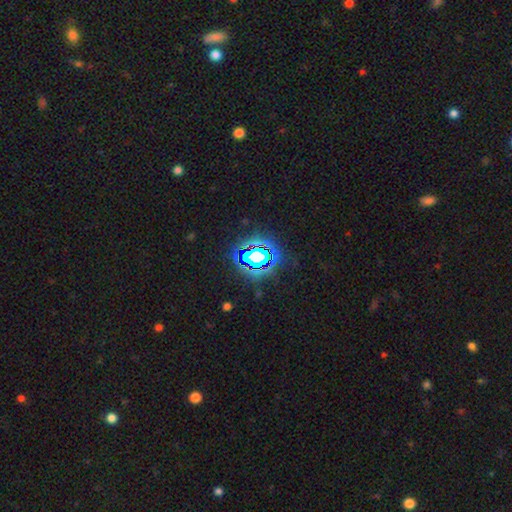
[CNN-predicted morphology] Smooth or featured? Predicted: star or artifact (p=0.73).